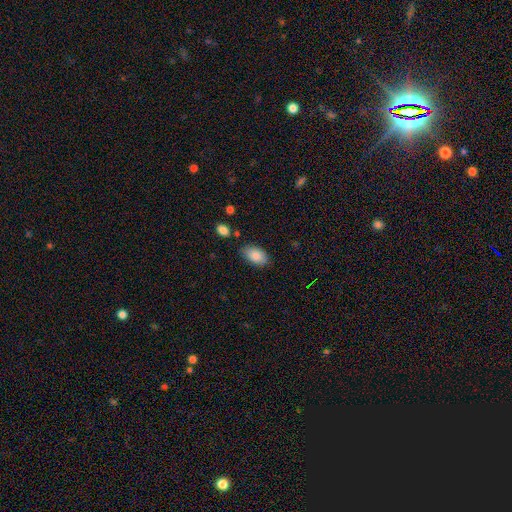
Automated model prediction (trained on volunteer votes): smooth 87%, star or artifact 7%, featured or disk 6%. Down the decision tree: how rounded — in between (93%); merging — none (79%).